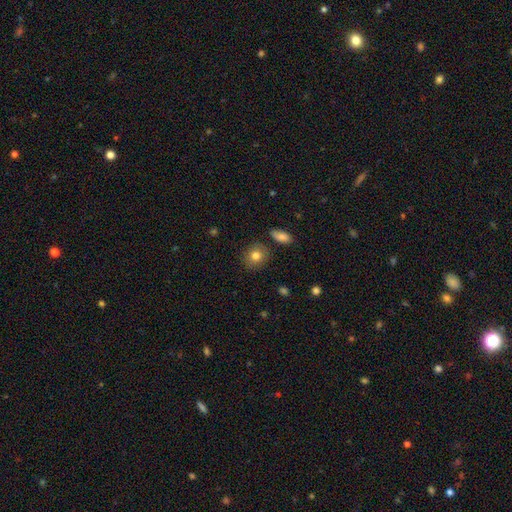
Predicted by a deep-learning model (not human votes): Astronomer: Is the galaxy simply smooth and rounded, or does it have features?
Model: smooth — 80%.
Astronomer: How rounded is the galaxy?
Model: round — 77%.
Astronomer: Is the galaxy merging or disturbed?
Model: none — 83%.